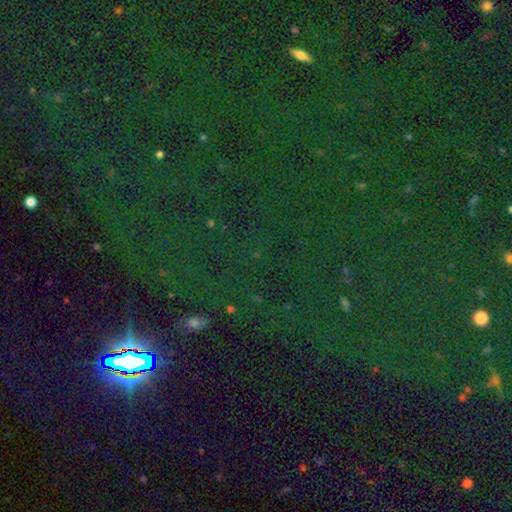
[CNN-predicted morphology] smooth_or_featured: star or artifact (p=0.83) [alt: smooth p=0.10]